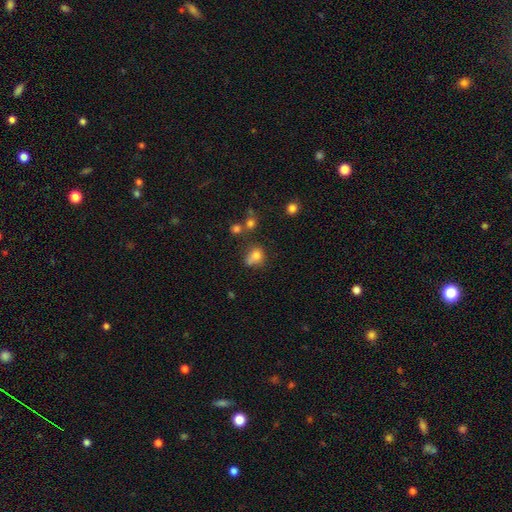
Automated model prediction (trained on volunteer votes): smooth_or_featured: smooth (p=0.75) [alt: star or artifact p=0.14]
how_rounded: round (p=0.56) [alt: in between p=0.42]
merging: none (p=0.43) [alt: minor disturbance p=0.24]